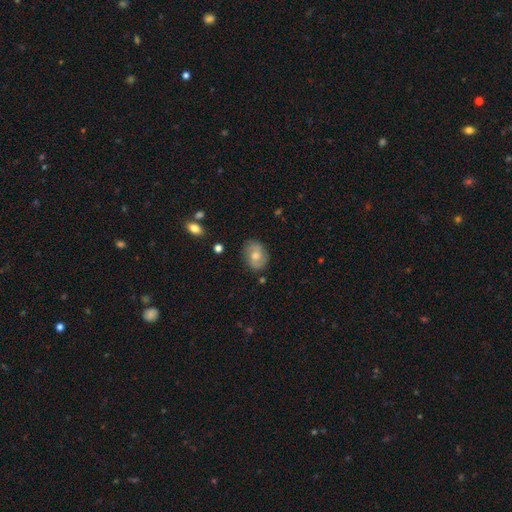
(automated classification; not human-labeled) smooth_or_featured: smooth (p=0.49) [alt: featured or disk p=0.43]
merging: none (p=0.77) [alt: minor disturbance p=0.17]